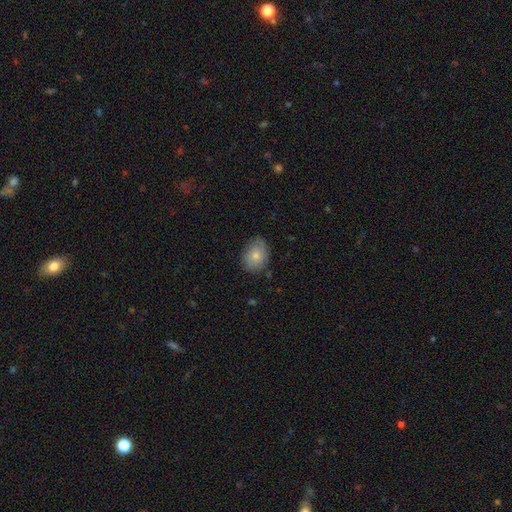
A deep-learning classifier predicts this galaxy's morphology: This appears to be a smooth galaxy with no disk features (78%) that is in between round and cigar-shaped (63%). Merging: none (75%).